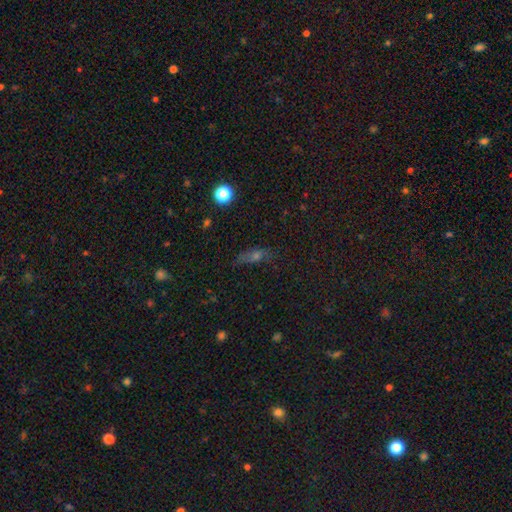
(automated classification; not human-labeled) Smooth or featured? smooth (45%)
Merging? none (65%)